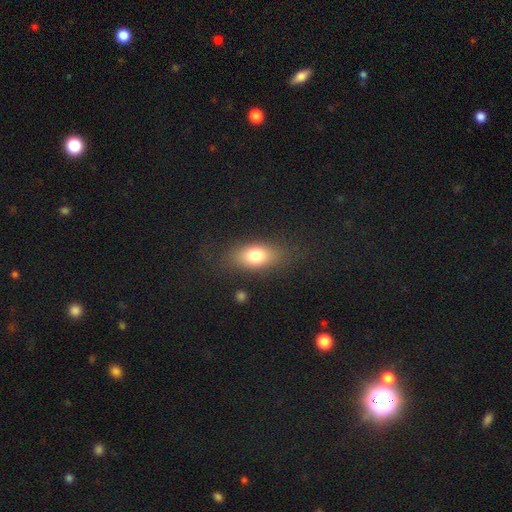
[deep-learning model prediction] smooth_or_featured: smooth (p=0.75) [alt: featured or disk p=0.16]
how_rounded: in between (p=0.82) [alt: round p=0.11]
merging: none (p=0.78) [alt: minor disturbance p=0.13]